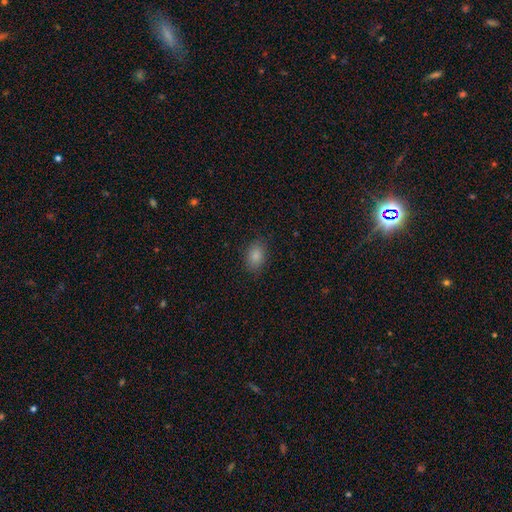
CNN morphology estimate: A smooth galaxy with no disk features (85%) that is in between round and cigar-shaped (81%). Merging: none (84%).